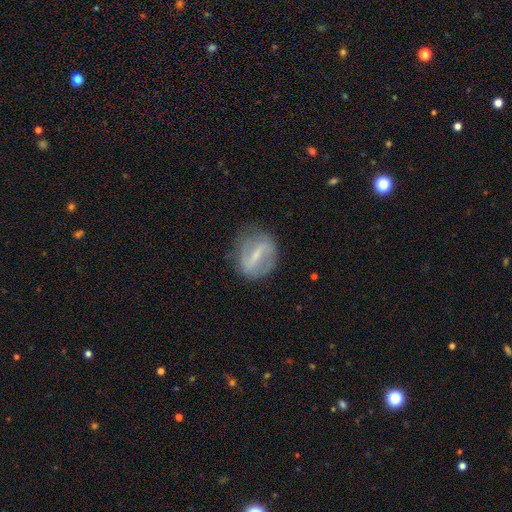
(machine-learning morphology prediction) smooth_or_featured: featured or disk (p=0.66) [alt: smooth p=0.27]
disk_edge_on: no (p=0.91) [alt: yes p=0.09]
bar: strong (p=0.64) [alt: weak p=0.29]
has_spiral_arms: no (p=0.52) [alt: yes p=0.48]
bulge_size: small (p=0.56) [alt: moderate p=0.24]
merging: none (p=0.75) [alt: minor disturbance p=0.17]